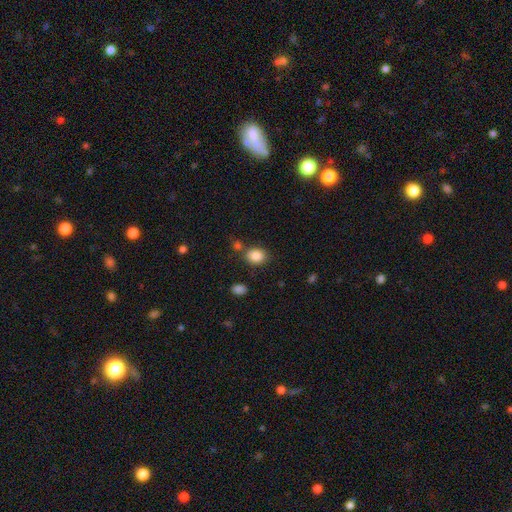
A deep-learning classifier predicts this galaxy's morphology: Smooth or featured: smooth — 86% (star or artifact — 9%)
How rounded: in between — 53% (round — 46%)
Merging: none — 73% (minor disturbance — 13%)